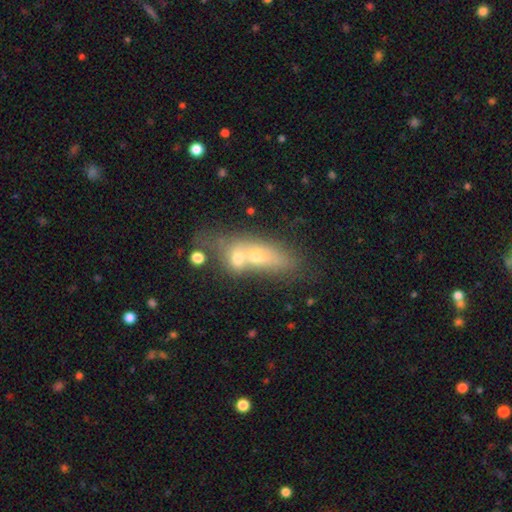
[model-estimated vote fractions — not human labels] Smooth or featured?
  - smooth: 52% *
  - featured or disk: 37%
  - star or artifact: 11%
How rounded?
  - in between: 57% *
  - cigar-shaped: 26%
  - round: 17%
Merging?
  - merger: 70% *
  - none: 16%
  - minor disturbance: 7%
  - major disturbance: 6%